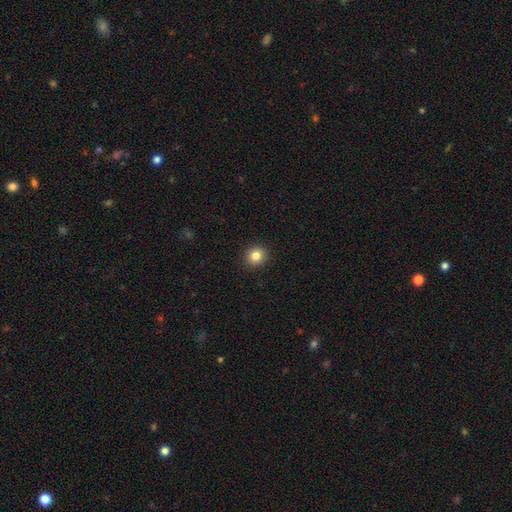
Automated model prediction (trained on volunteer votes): Smooth or featured: smooth — 84% (star or artifact — 11%)
How rounded: round — 86% (in between — 13%)
Merging: none — 92% (minor disturbance — 5%)